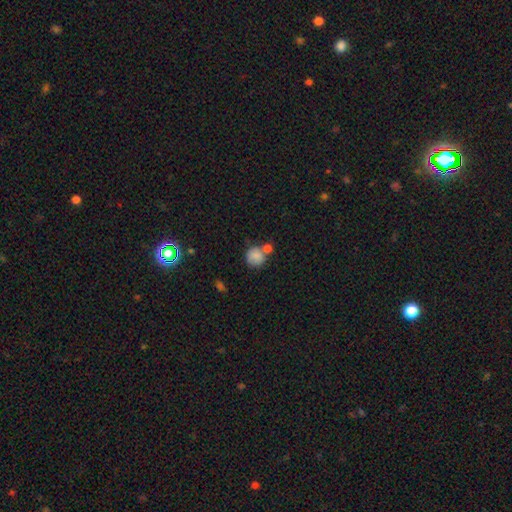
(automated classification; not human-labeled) smooth 82%, star or artifact 9%, featured or disk 8%. Down the decision tree: how rounded — round (88%); merging — none (57%).